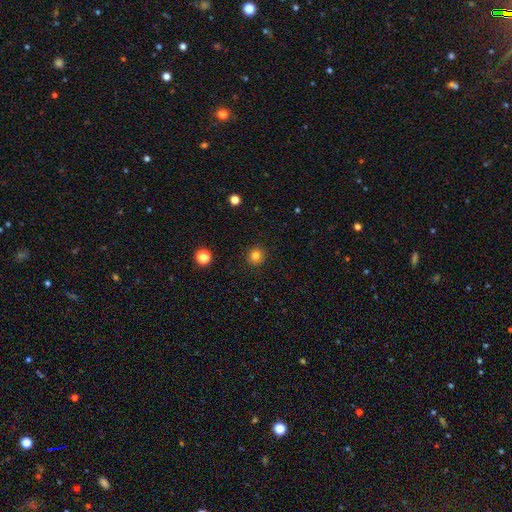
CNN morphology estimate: Smooth or featured: smooth — 81% (star or artifact — 13%)
How rounded: round — 91% (in between — 8%)
Merging: none — 91% (minor disturbance — 6%)